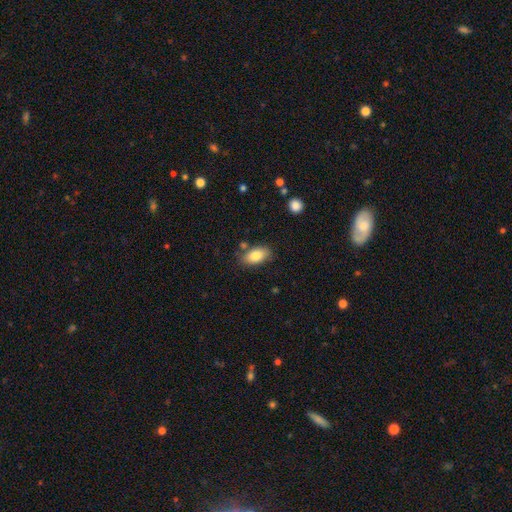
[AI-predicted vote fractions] smooth 82%, featured or disk 11%, star or artifact 7%. Down the decision tree: how rounded — in between (92%); merging — none (78%).